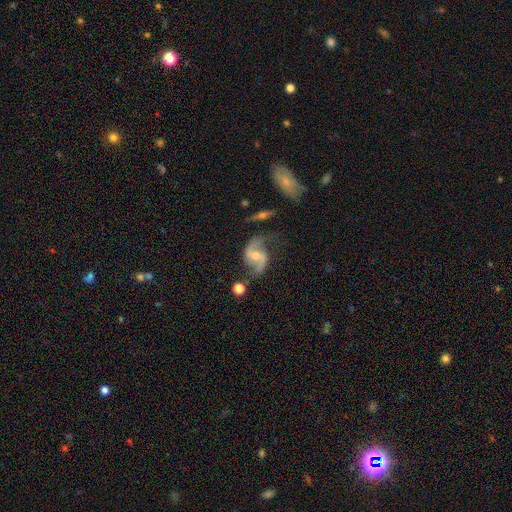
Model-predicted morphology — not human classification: smooth_or_featured: featured or disk (p=0.89) [alt: smooth p=0.06]
disk_edge_on: no (p=0.97) [alt: yes p=0.03]
bar: weak (p=0.46) [alt: no p=0.30]
has_spiral_arms: yes (p=0.96) [alt: no p=0.04]
spiral_winding: loose (p=0.62) [alt: medium p=0.32]
spiral_arm_count: 2 (p=0.93) [alt: 1 p=0.02]
bulge_size: moderate (p=0.50) [alt: small p=0.42]
merging: none (p=0.66) [alt: minor disturbance p=0.18]